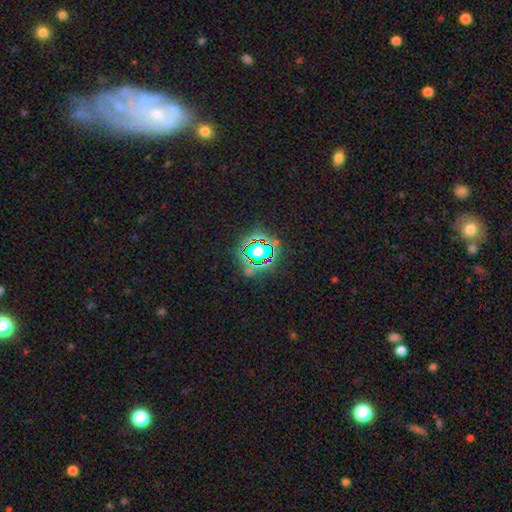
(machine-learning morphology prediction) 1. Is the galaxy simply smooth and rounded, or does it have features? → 75% star or artifact, 16% smooth, 9% featured or disk.